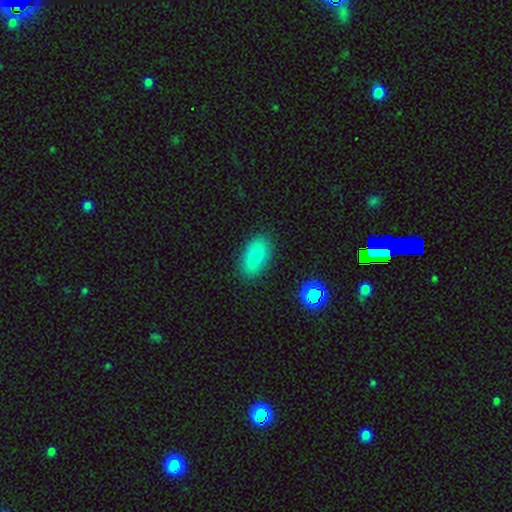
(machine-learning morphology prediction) Smooth or featured: smooth — 80% (featured or disk — 12%)
How rounded: in between — 91% (cigar-shaped — 5%)
Merging: none — 85% (minor disturbance — 11%)